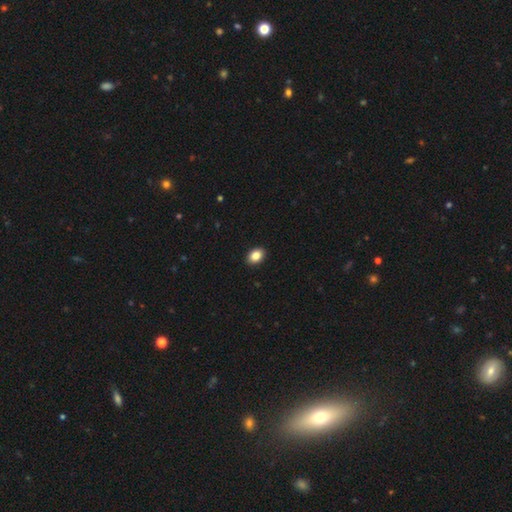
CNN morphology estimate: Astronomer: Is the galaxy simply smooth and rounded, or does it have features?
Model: smooth — 86%.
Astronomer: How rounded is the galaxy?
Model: in between — 72%.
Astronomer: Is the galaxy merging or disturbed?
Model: none — 91%.